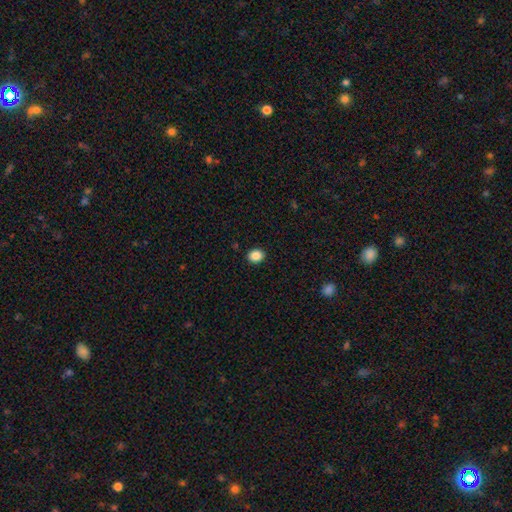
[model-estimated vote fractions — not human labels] Morphology: type=smooth (88%); roundness=round (60%); merging=none (91%).